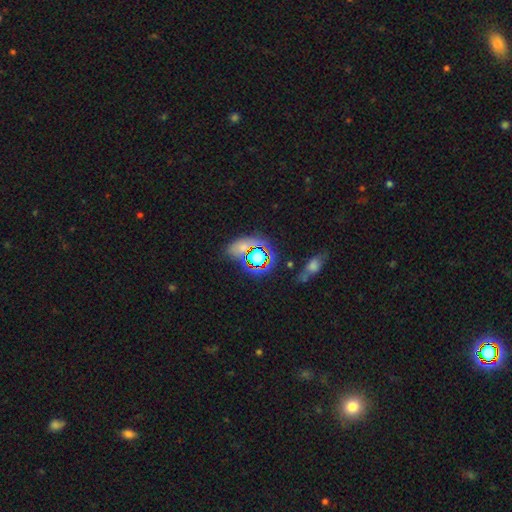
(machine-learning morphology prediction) smooth_or_featured: star or artifact (p=0.49) [alt: smooth p=0.38]